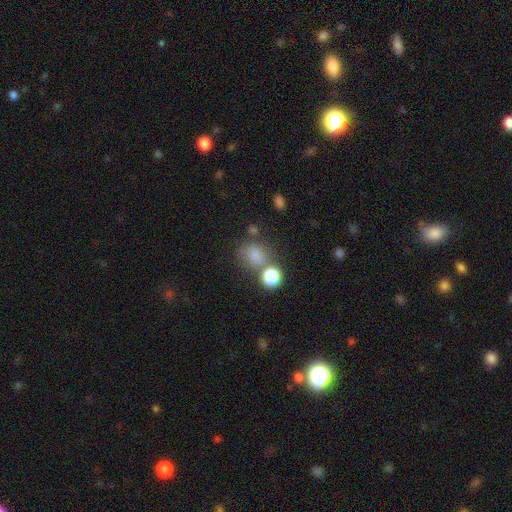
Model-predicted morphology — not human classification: Q: Smooth or featured?
A: smooth (76%); runner-up: star or artifact (15%)
Q: How rounded?
A: round (58%); runner-up: in between (41%)
Q: Merging?
A: none (48%); runner-up: merger (24%)